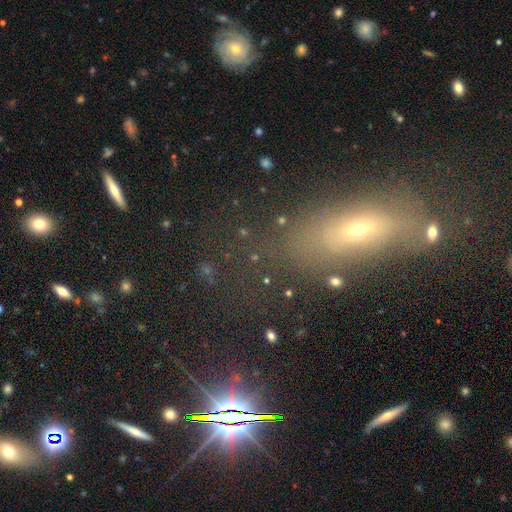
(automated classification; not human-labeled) Smooth or featured? smooth (44%)
Merging? none (68%)